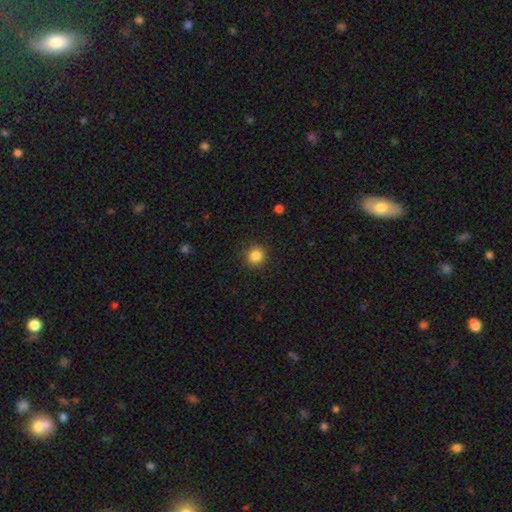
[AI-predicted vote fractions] Morphology: type=smooth (85%); roundness=round (93%); merging=none (91%).